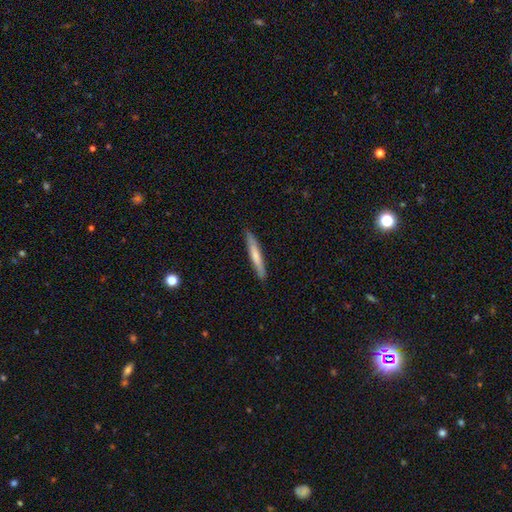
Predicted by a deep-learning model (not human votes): The model was most divided on "smooth or featured": smooth: 66%, featured or disk: 29%, star or artifact: 5%. More confident: how rounded — cigar-shaped (94%); merging — none (89%).